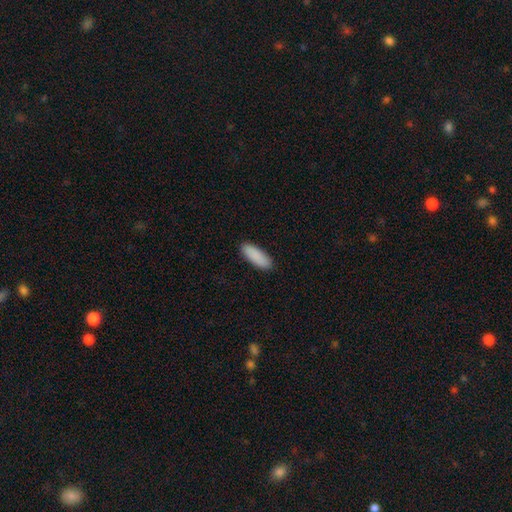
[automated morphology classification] The model was most divided on "how rounded": in between: 71%, cigar-shaped: 27%, round: 2%. More confident: smooth or featured — smooth (90%); merging — none (89%).